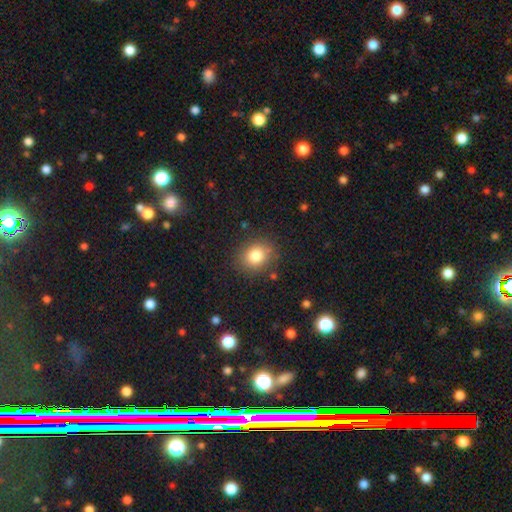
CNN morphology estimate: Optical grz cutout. It shows a smooth galaxy with no disk features (81%) that is round (66%). Merging: none (82%).